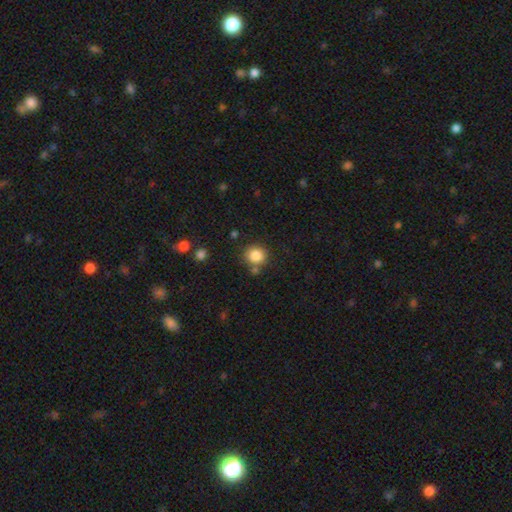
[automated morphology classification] Q: Smooth or featured?
A: smooth (85%); runner-up: star or artifact (10%)
Q: How rounded?
A: round (86%); runner-up: in between (13%)
Q: Merging?
A: none (78%); runner-up: minor disturbance (10%)